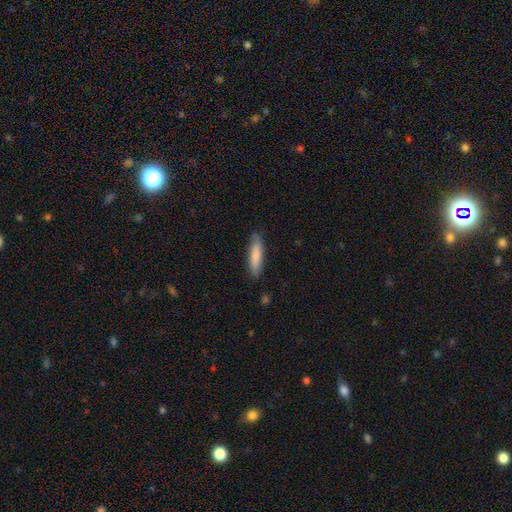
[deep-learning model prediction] Smooth or featured: smooth — 83% (featured or disk — 11%)
How rounded: cigar-shaped — 69% (in between — 30%)
Merging: none — 83% (minor disturbance — 14%)